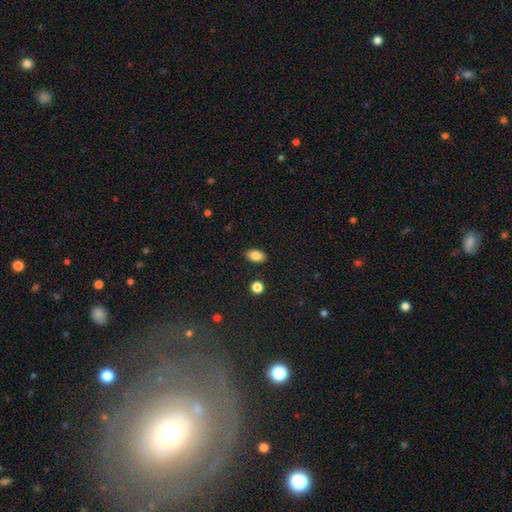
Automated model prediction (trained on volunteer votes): The model was most divided on "smooth or featured": smooth: 85%, star or artifact: 9%, featured or disk: 6%. More confident: how rounded — in between (89%); merging — none (88%).